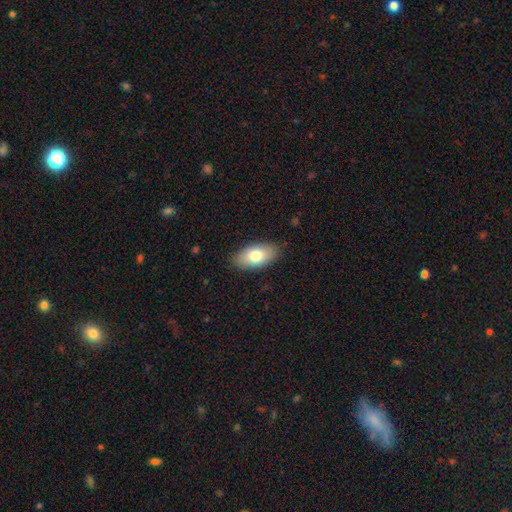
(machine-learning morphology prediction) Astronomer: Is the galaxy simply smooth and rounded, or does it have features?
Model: smooth — 77%.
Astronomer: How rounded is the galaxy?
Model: in between — 92%.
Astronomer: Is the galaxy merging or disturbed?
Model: none — 87%.